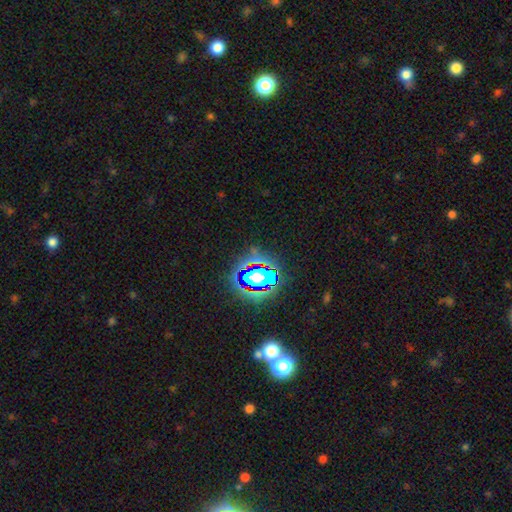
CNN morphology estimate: Smooth or featured? Predicted: star or artifact (p=0.79).